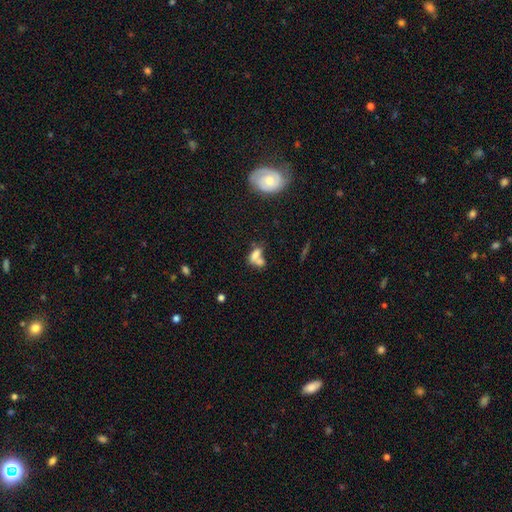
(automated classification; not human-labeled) This appears to be a smooth galaxy with no disk features (67%) that is in between round and cigar-shaped (79%). Merging: merger (58%).